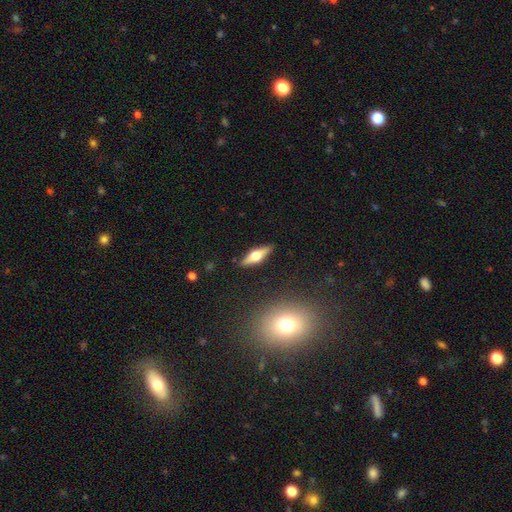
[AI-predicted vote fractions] Smooth or featured? featured or disk (55%)
Edge-on disk? yes (93%)
Edge-on bulge? rounded (94%)
Merging? none (89%)